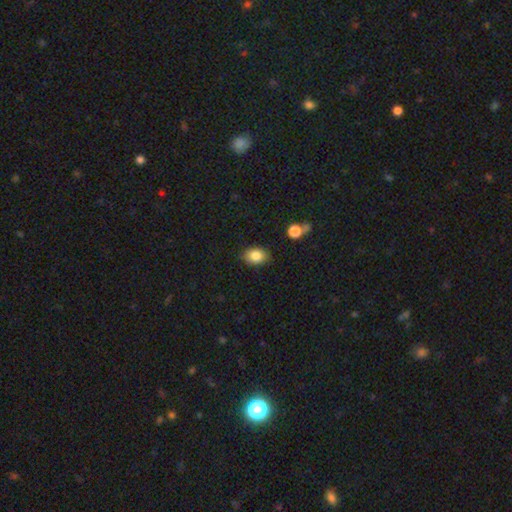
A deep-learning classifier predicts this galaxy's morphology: A smooth galaxy with no disk features (84%) that is in between round and cigar-shaped (72%). Merging: none (82%).